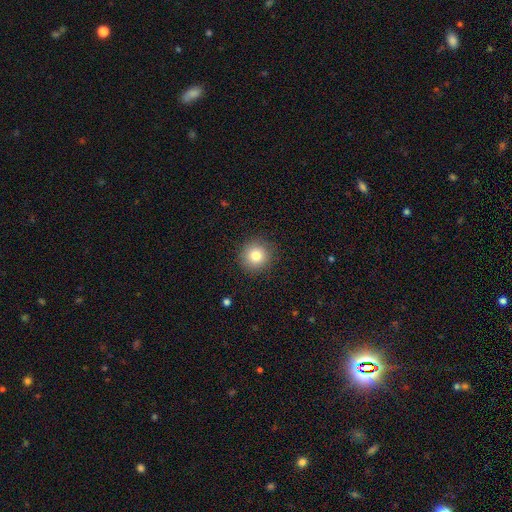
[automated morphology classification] A smooth galaxy with no disk features (81%) that is round (94%).

Vote fractions:
- Smooth or featured? smooth: 81% / star or artifact: 11% / featured or disk: 8%
- How rounded? round: 94% / in between: 5% / cigar-shaped: 1%
- Merging? none: 90% / minor disturbance: 7% / major disturbance: 2% / merger: 1%